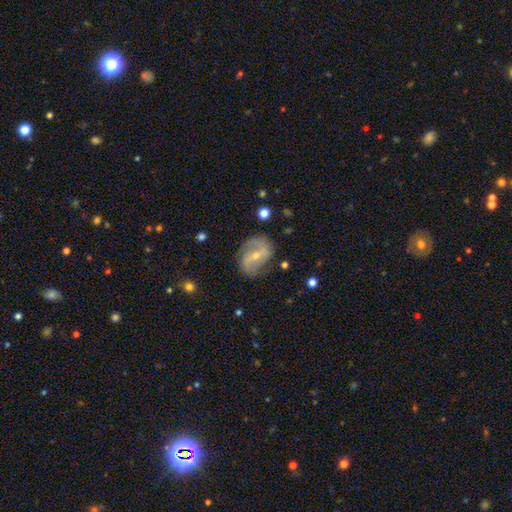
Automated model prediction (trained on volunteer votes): featured or disk 72%, smooth 21%, star or artifact 7%. Down the decision tree: edge-on disk — no (95%); bar — weak (41%); spiral arms — yes (80%); spiral arm count — 2 (84%); spiral winding — loose (42%); bulge size — small (53%); merging — none (73%).